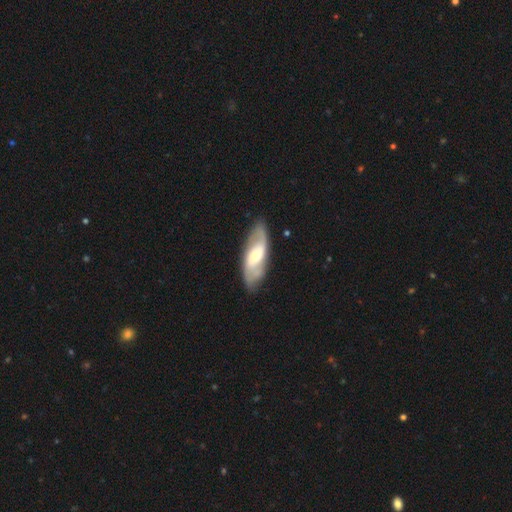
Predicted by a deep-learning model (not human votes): The model was most divided on "bar" (2-way tie): no: 42%, weak: 42%, strong: 16%. Remaining: edge-on disk — no (88%); spiral arms — yes (86%); spiral arm count — 2 (79%); merging — none (79%); smooth or featured — featured or disk (66%); bulge size — moderate (52%); spiral winding — medium (42%).